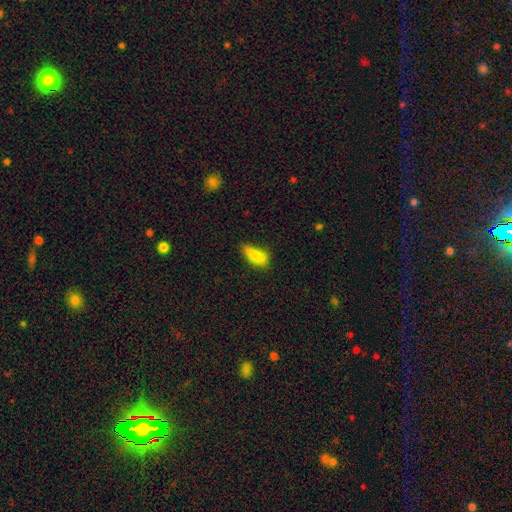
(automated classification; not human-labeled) This is likely a smooth galaxy (77%). How rounded: likely in between (68%). Merging: marginally none (44%).